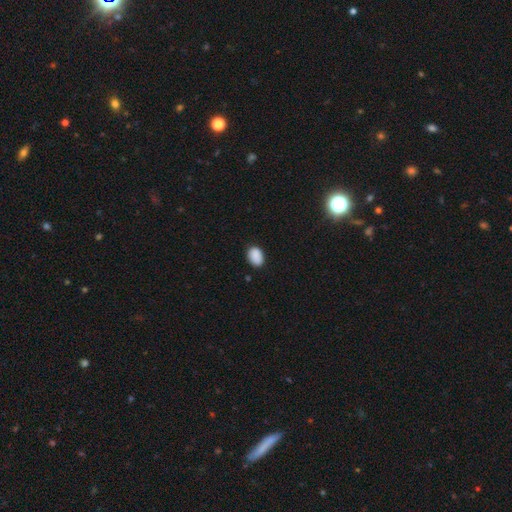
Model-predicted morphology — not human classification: Smooth or featured? smooth (89%)
How rounded? in between (79%)
Merging? none (82%)